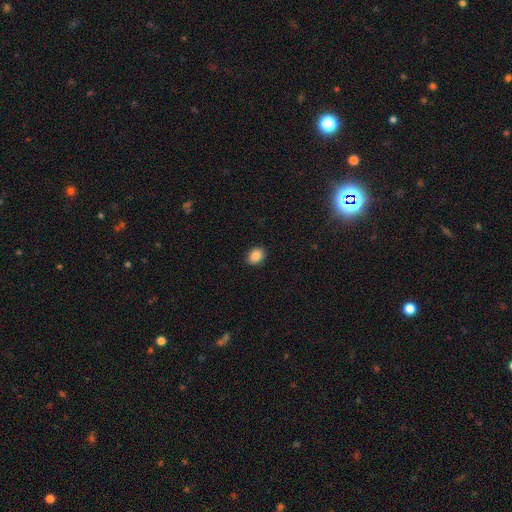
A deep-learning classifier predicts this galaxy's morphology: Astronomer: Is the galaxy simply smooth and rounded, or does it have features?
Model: smooth — 88%.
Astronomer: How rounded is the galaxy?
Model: in between — 61% (runner-up: round, 38%).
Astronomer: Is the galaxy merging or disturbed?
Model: none — 88%.